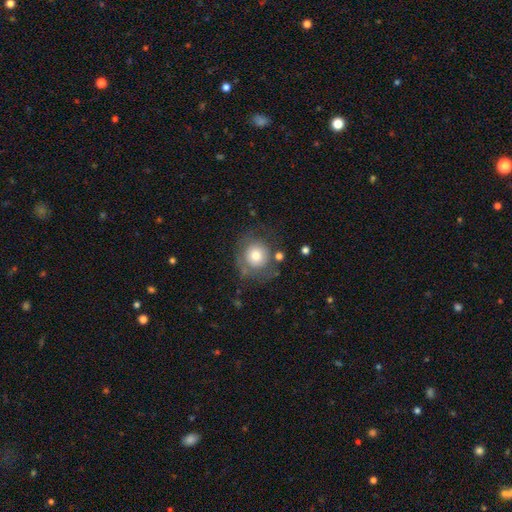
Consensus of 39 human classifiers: Q: Smooth or featured?
A: smooth (72%); runner-up: featured or disk (23%)
Q: How rounded?
A: round (86%); runner-up: in between (14%)
Q: Merging?
A: none (65%); runner-up: major disturbance (22%)